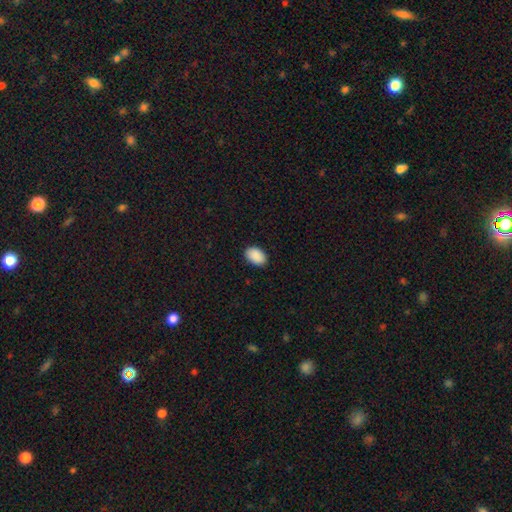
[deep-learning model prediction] smooth_or_featured: smooth (p=0.91) [alt: star or artifact p=0.06]
how_rounded: in between (p=0.89) [alt: round p=0.10]
merging: none (p=0.89) [alt: minor disturbance p=0.08]